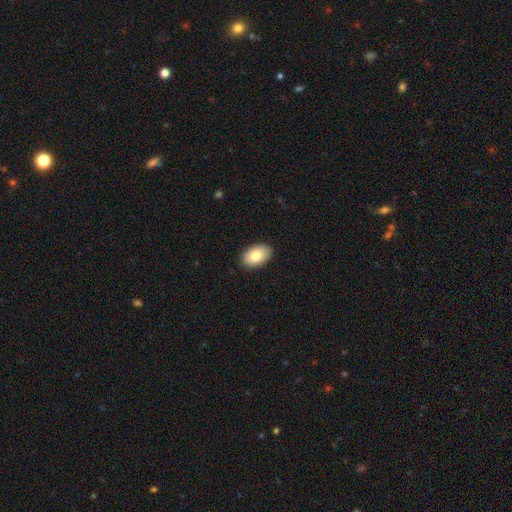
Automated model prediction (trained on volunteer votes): A smooth galaxy with no disk features (82%) that is in between round and cigar-shaped (92%). Merging: none (90%).